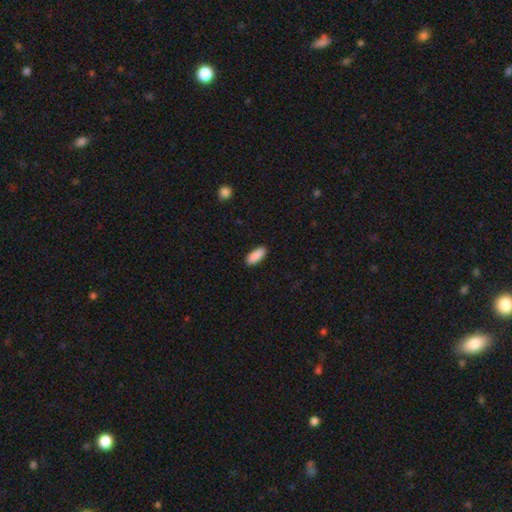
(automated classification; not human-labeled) smooth_or_featured: smooth (p=0.90) [alt: star or artifact p=0.06]
how_rounded: in between (p=0.79) [alt: cigar-shaped p=0.20]
merging: none (p=0.89) [alt: minor disturbance p=0.08]